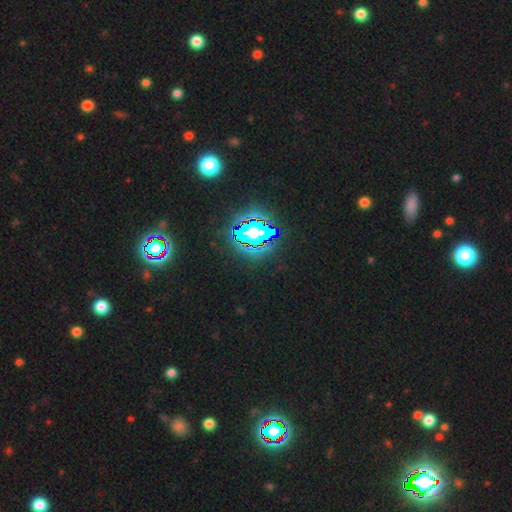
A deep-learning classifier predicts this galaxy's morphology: A star or artifact, not a galaxy (82%).